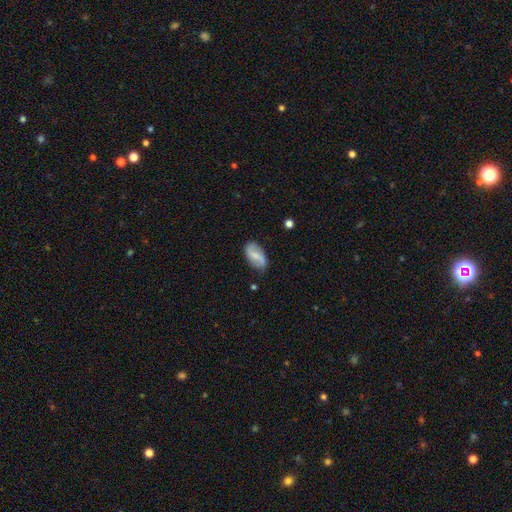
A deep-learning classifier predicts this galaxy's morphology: Q: Smooth or featured?
A: featured or disk (55%); runner-up: smooth (38%)
Q: Edge-on disk?
A: no (96%); runner-up: yes (4%)
Q: Bar?
A: weak (45%); runner-up: no (31%)
Q: Spiral arms?
A: yes (86%); runner-up: no (14%)
Q: Bulge size?
A: small (49%); runner-up: moderate (29%)
Q: Merging?
A: none (75%); runner-up: minor disturbance (19%)